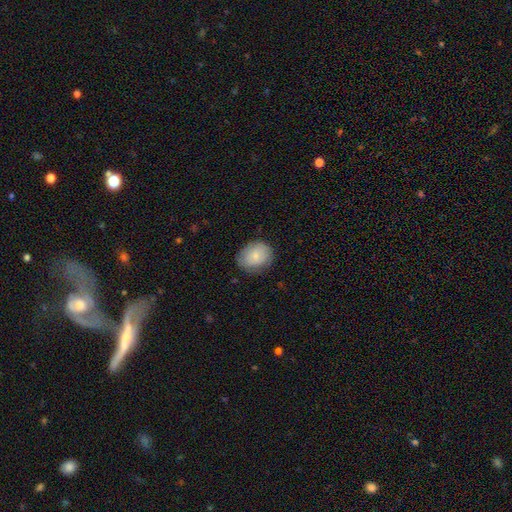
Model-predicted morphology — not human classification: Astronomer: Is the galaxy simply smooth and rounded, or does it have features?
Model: smooth — 82%.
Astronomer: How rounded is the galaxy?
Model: round — 51% (runner-up: in between, 48%).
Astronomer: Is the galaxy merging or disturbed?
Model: none — 75%.